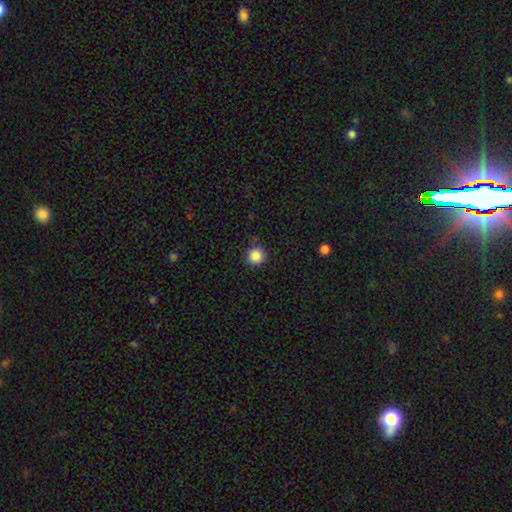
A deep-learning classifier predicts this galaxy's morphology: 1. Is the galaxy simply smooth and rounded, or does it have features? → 86% smooth, 10% star or artifact, 3% featured or disk.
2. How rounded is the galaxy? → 95% round, 4% in between, 1% cigar-shaped.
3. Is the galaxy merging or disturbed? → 84% none, 11% minor disturbance, 3% major disturbance, 2% merger.